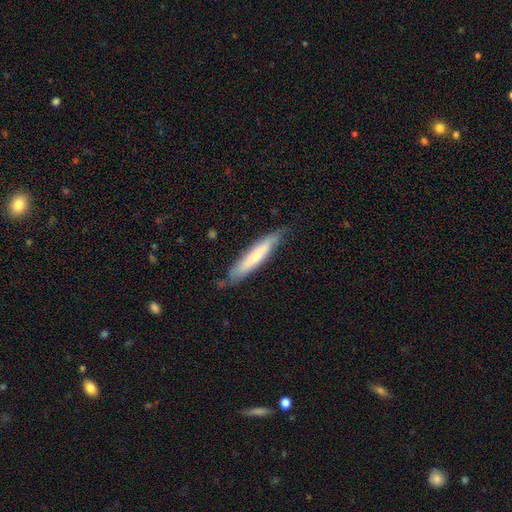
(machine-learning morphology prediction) A smooth galaxy with no disk features (64%) that is cigar-shaped (90%).

Vote fractions:
- Smooth or featured? smooth: 64% / featured or disk: 30% / star or artifact: 6%
- How rounded? cigar-shaped: 90% / in between: 9% / round: 1%
- Merging? none: 75% / minor disturbance: 20% / major disturbance: 3% / merger: 2%